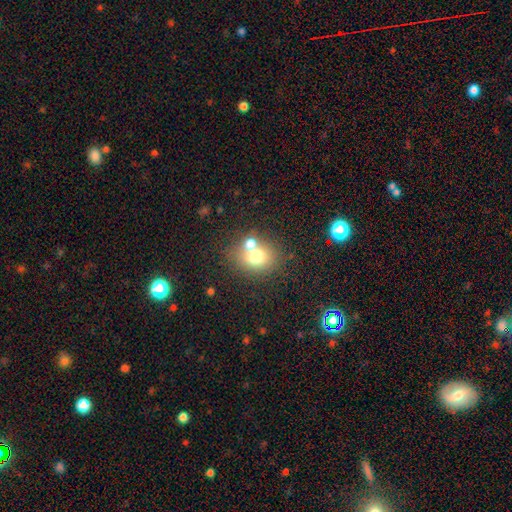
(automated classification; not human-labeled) Smooth or featured? Predicted: smooth (p=0.70). How rounded? Predicted: round (p=0.66). Merging? Predicted: none (p=0.50).